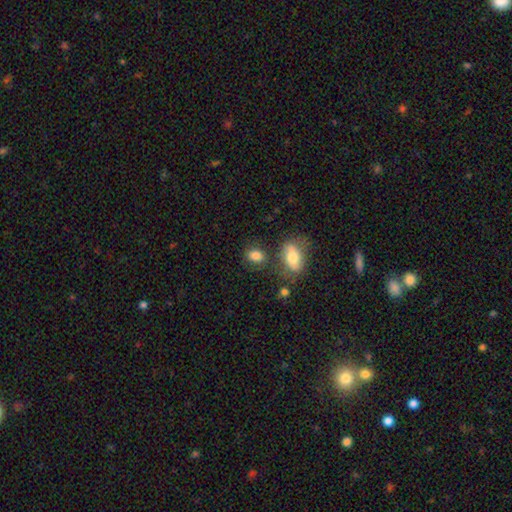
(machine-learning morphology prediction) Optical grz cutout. It shows a smooth galaxy with no disk features (83%) that is in between round and cigar-shaped (74%). Merging: none (69%).